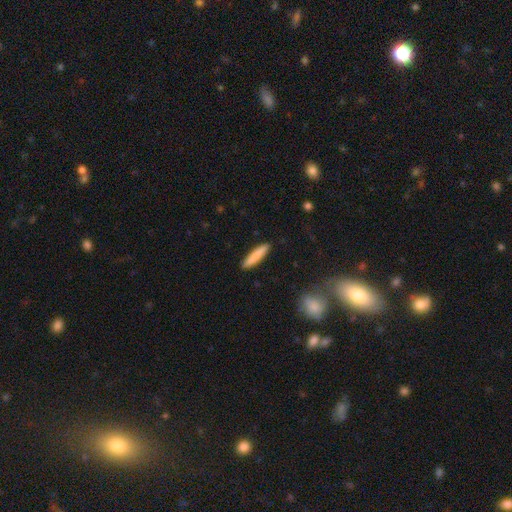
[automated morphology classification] This appears to be a smooth galaxy with no disk features (83%) that is cigar-shaped (90%). Merging: none (91%).